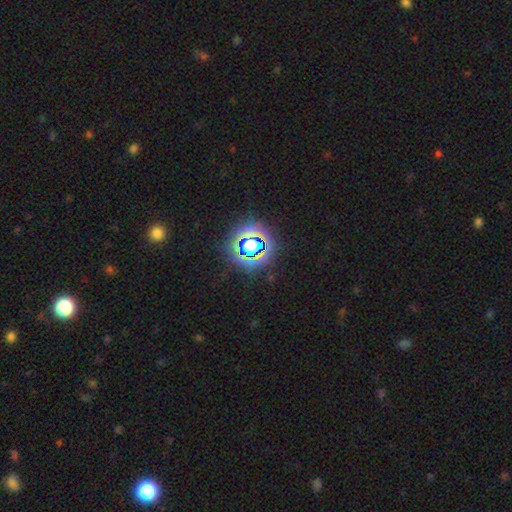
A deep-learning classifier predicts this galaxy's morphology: Smooth or featured?
  - star or artifact: 73% *
  - smooth: 17%
  - featured or disk: 9%